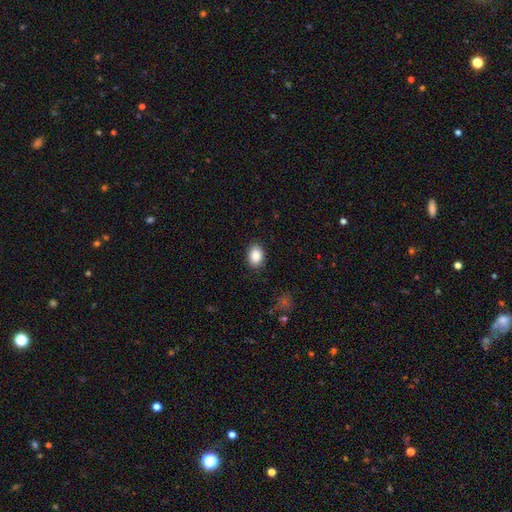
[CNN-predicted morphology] This appears to be a smooth galaxy with no disk features (87%) that is in between round and cigar-shaped (70%). Merging: none (88%).